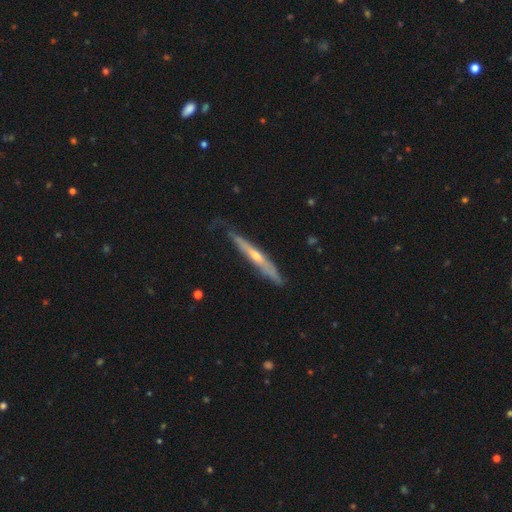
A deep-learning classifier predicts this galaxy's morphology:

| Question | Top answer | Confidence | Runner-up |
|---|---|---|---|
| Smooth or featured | featured or disk | 68% | smooth (26%) |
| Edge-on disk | yes | 91% | no (9%) |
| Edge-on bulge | rounded | 74% | none (24%) |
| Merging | none | 71% | minor disturbance (23%) |